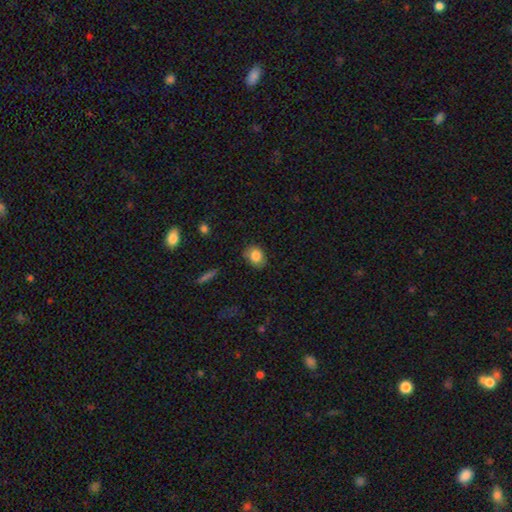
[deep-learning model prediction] This appears to be a smooth galaxy with no disk features (84%) that is in between round and cigar-shaped (52%). Merging: none (76%).